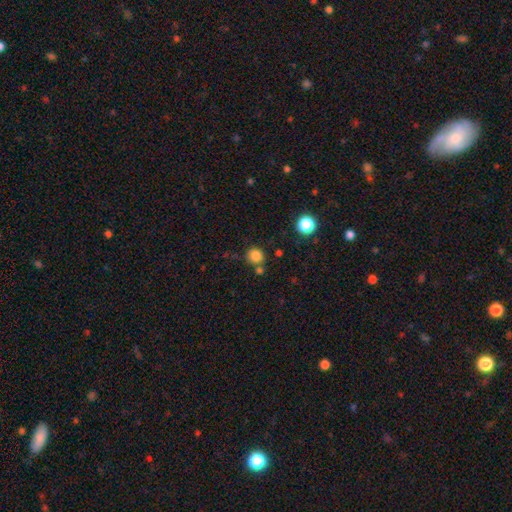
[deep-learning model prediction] This is clearly a smooth galaxy (82%). How rounded: clearly round (90%). Merging: likely none (74%).